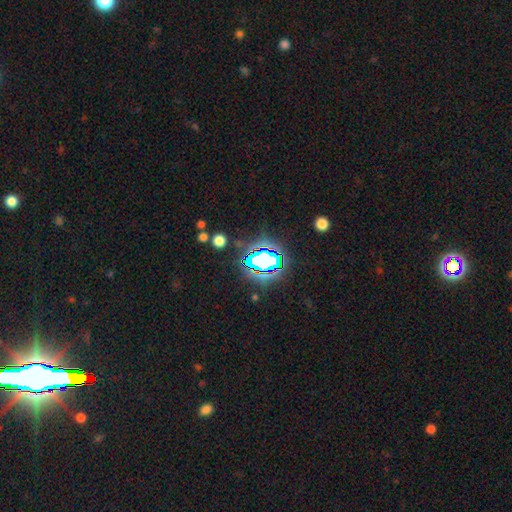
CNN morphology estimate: Smooth or featured: star or artifact — 83% (smooth — 9%)